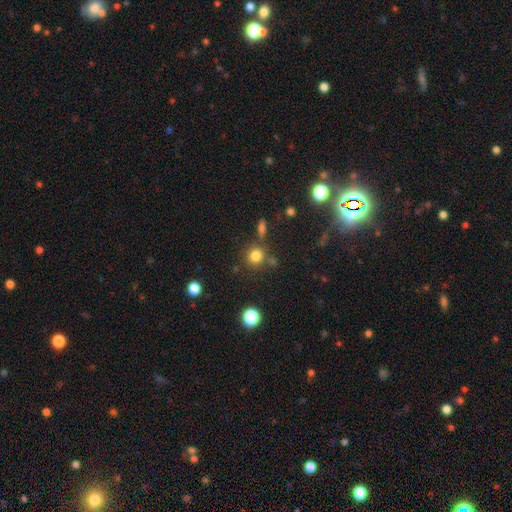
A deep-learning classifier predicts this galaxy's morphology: Overall: smooth (80%). How rounded: round (87%). Merging: none (74%).